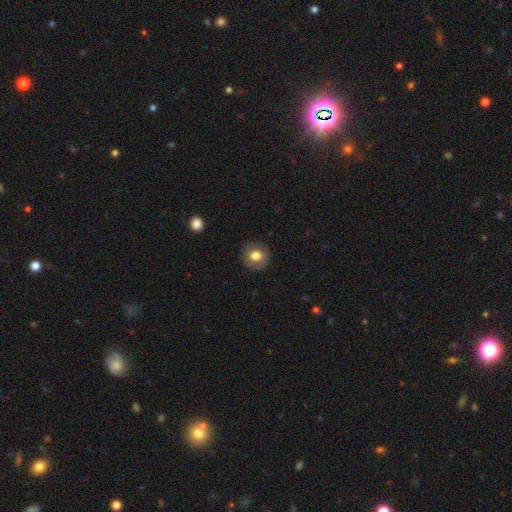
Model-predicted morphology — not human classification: This is likely a smooth galaxy (75%). How rounded: clearly round (91%). Merging: clearly none (90%).